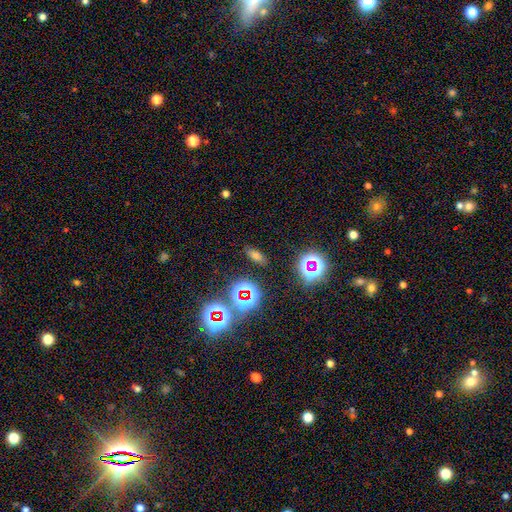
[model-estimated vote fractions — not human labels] Morphology: type=smooth (55%); roundness=in between (62%); merging=none (86%).